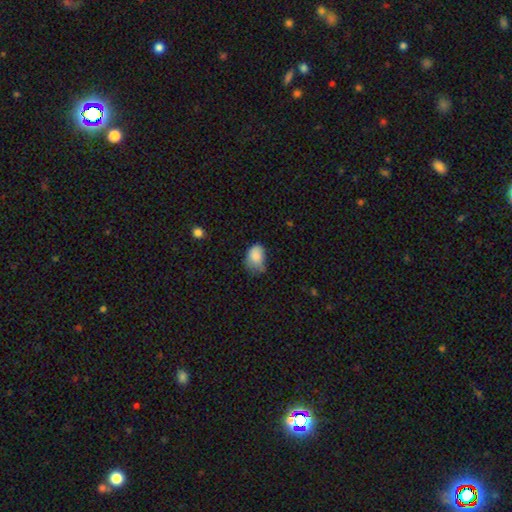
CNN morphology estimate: Smooth or featured?
  - smooth: 83% *
  - star or artifact: 9%
  - featured or disk: 8%
How rounded?
  - in between: 76% *
  - round: 23%
  - cigar-shaped: 1%
Merging?
  - minor disturbance: 45% *
  - none: 33%
  - major disturbance: 19%
  - merger: 3%